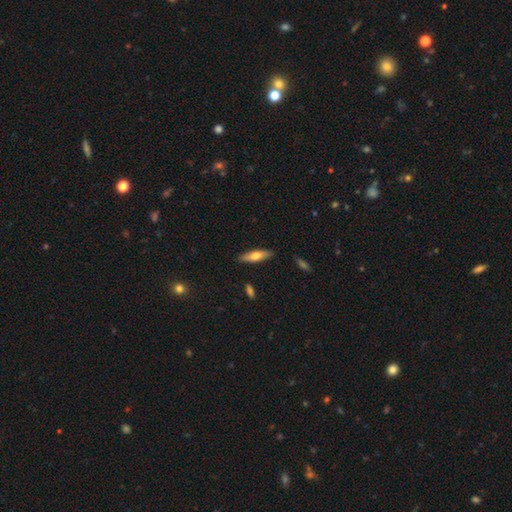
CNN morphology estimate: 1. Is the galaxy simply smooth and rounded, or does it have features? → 60% smooth, 34% featured or disk, 6% star or artifact.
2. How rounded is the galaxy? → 69% cigar-shaped, 29% in between, 2% round.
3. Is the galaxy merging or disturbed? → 87% none, 10% minor disturbance, 2% major disturbance, 2% merger.